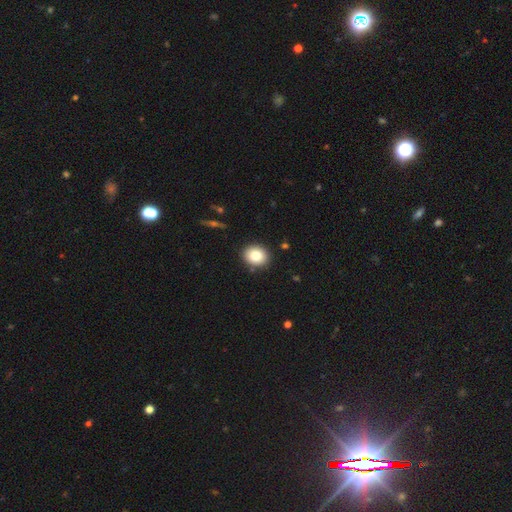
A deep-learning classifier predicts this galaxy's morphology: Smooth or featured? smooth (82%)
How rounded? round (63%)
Merging? none (89%)